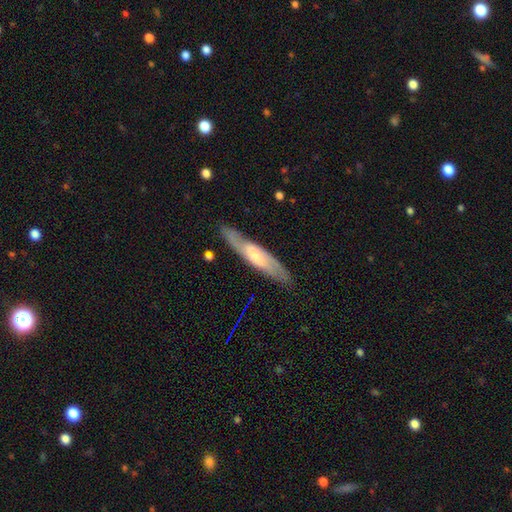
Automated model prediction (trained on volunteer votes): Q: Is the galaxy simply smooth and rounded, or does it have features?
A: featured or disk — 63%.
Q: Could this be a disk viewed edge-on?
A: no — 55%.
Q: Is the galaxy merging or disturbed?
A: none — 83%.